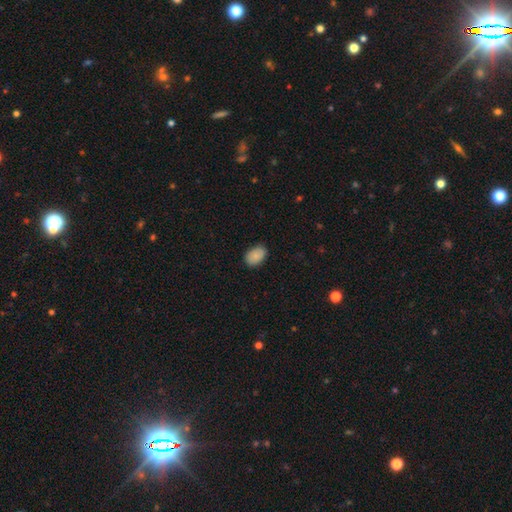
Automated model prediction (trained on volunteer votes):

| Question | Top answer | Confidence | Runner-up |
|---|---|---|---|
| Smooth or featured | smooth | 88% | star or artifact (7%) |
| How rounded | in between | 88% | round (11%) |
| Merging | none | 86% | minor disturbance (11%) |